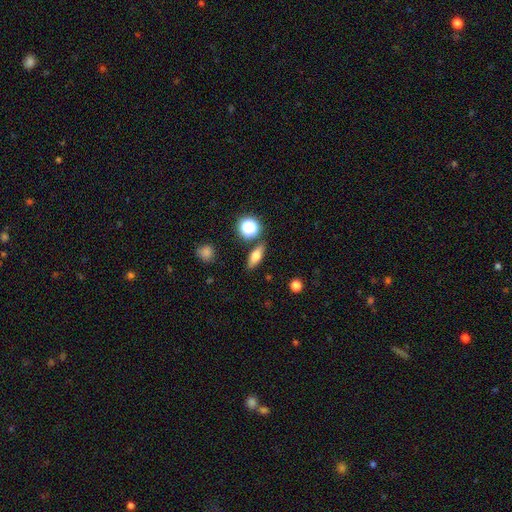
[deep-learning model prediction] A smooth galaxy with no disk features (68%) that is in between round and cigar-shaped (59%).

Vote fractions:
- Smooth or featured? smooth: 68% / featured or disk: 20% / star or artifact: 12%
- How rounded? in between: 59% / cigar-shaped: 29% / round: 12%
- Merging? none: 83% / minor disturbance: 9% / merger: 5% / major disturbance: 3%